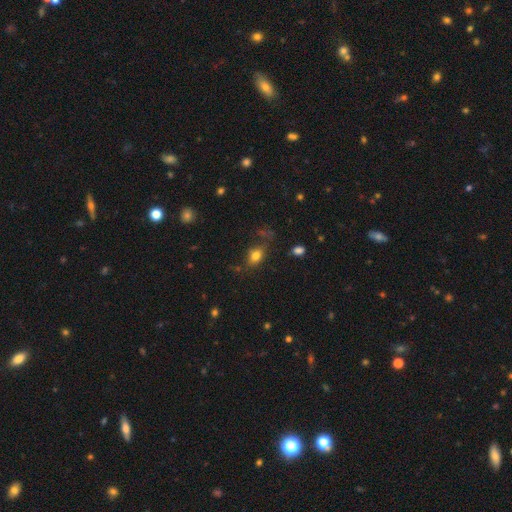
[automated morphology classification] This appears to be a smooth galaxy with no disk features (78%) that is in between round and cigar-shaped (73%). Merging: none (68%).